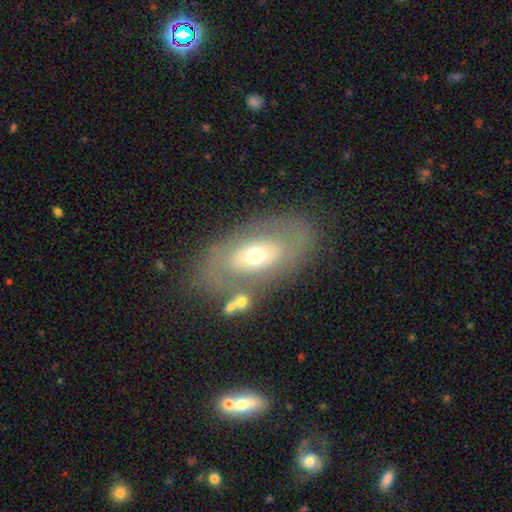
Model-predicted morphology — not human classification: This appears to be a featured or disk galaxy (55%). Merging: none (71%).